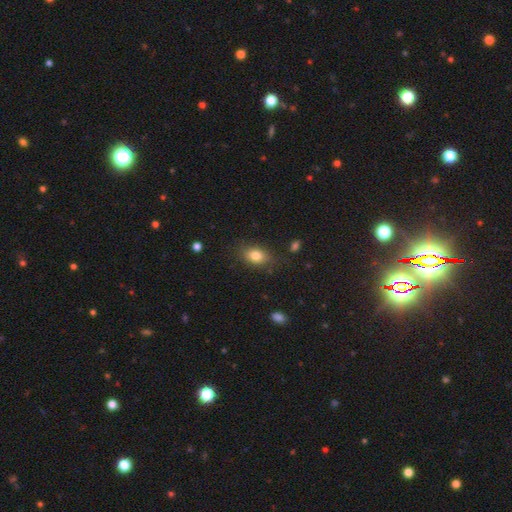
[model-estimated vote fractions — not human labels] smooth 80%, featured or disk 10%, star or artifact 9%. Down the decision tree: how rounded — in between (78%); merging — none (77%).